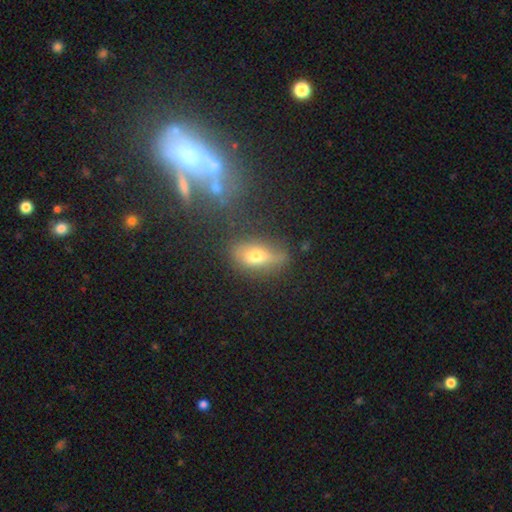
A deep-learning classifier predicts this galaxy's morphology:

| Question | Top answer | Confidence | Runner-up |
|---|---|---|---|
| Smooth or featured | smooth | 64% | featured or disk (23%) |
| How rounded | in between | 77% | round (14%) |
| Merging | none | 62% | minor disturbance (22%) |